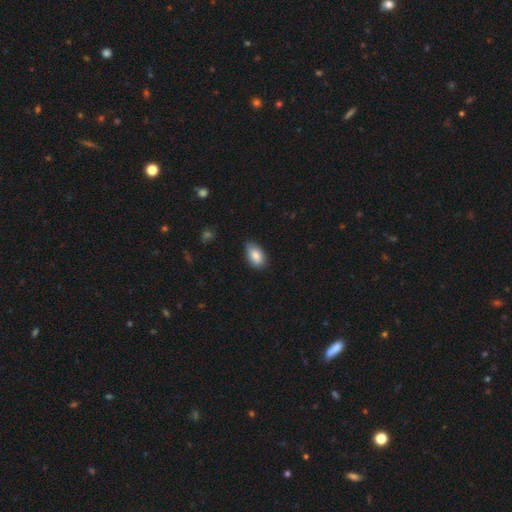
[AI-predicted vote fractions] Smooth or featured? smooth (87%)
How rounded? in between (92%)
Merging? none (70%)